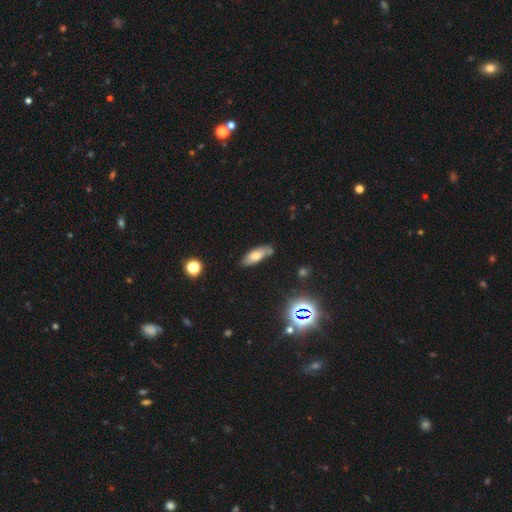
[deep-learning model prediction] Overall: smooth (64%; featured or disk 26%). How rounded: in between (71%). Merging: none (73%).